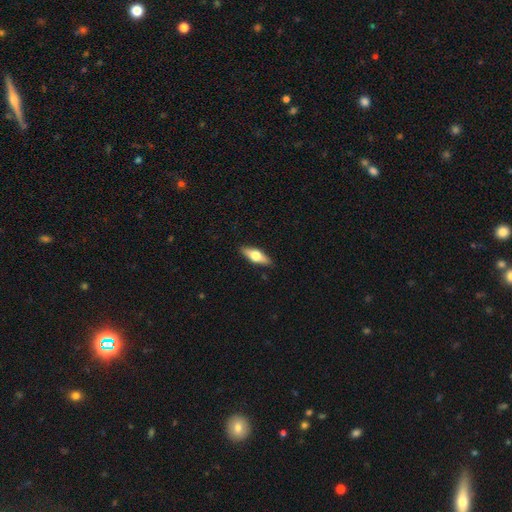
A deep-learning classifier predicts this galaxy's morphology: smooth-or-featured: featured or disk: 48% | smooth: 46% | star or artifact: 6%
  merging: none: 89% | minor disturbance: 8% | major disturbance: 2% | merger: 1%